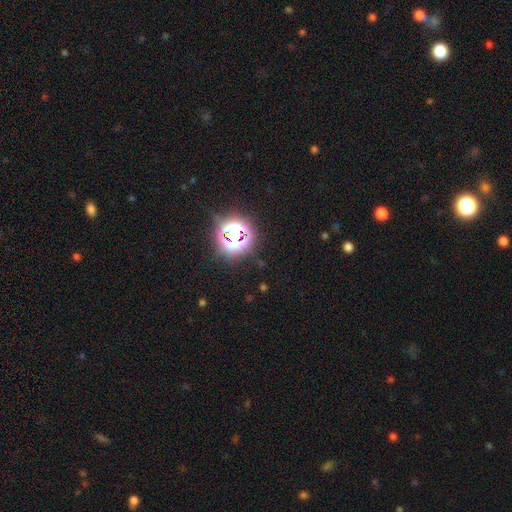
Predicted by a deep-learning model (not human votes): smooth_or_featured: star or artifact (p=0.77) [alt: smooth p=0.15]